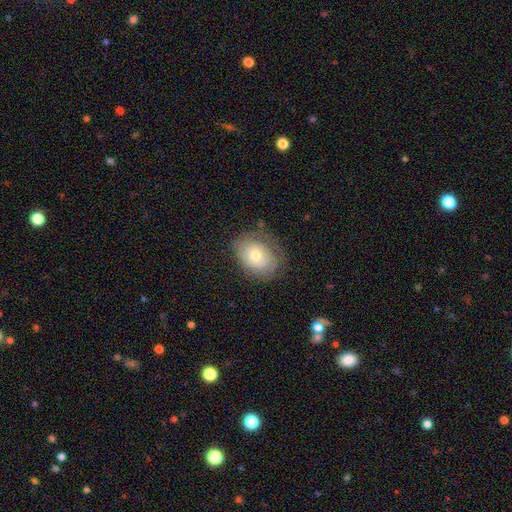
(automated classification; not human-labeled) smooth 49%, featured or disk 43%, star or artifact 8%. Down the decision tree: merging — none (72%).